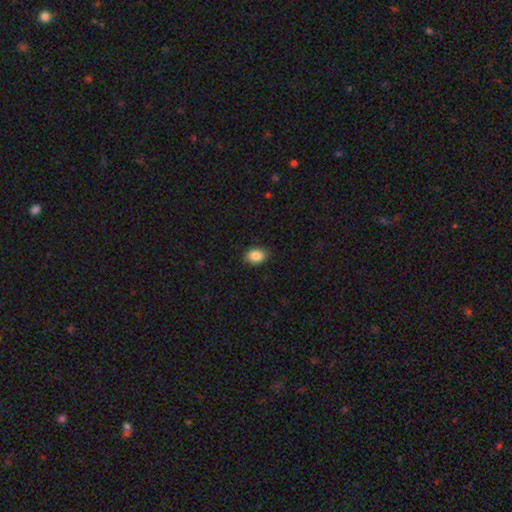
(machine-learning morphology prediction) smooth-or-featured: smooth: 87% | star or artifact: 8% | featured or disk: 5%
  how-rounded: in between: 77% | round: 22% | cigar-shaped: 1%
  merging: none: 89% | minor disturbance: 8% | major disturbance: 2% | merger: 1%